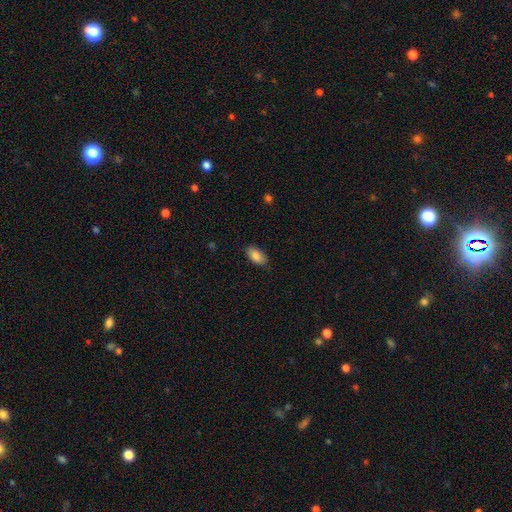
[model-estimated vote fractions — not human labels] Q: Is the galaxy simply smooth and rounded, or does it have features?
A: smooth — 86%.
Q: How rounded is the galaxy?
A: in between — 93%.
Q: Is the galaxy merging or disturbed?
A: none — 85%.